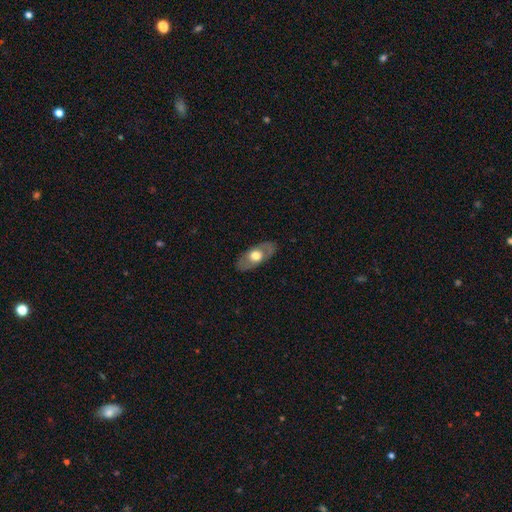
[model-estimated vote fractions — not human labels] Smooth or featured? smooth (49%)
Merging? none (84%)